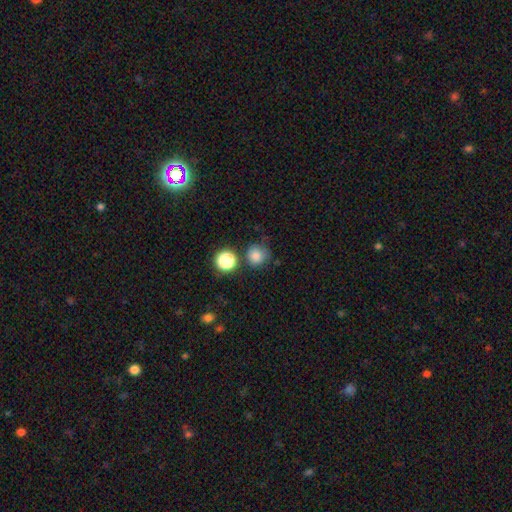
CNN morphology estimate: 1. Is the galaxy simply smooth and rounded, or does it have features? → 81% smooth, 14% star or artifact, 6% featured or disk.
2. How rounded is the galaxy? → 90% round, 9% in between, 1% cigar-shaped.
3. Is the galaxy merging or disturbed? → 70% none, 15% minor disturbance, 10% merger, 5% major disturbance.